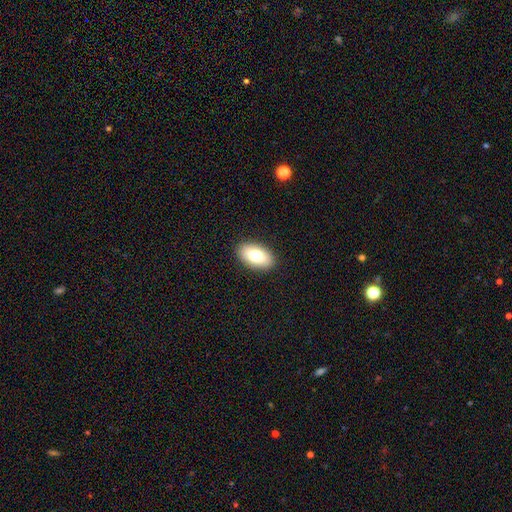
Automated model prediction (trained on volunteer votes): A smooth galaxy with no disk features (78%) that is in between round and cigar-shaped (94%). Merging: none (90%).